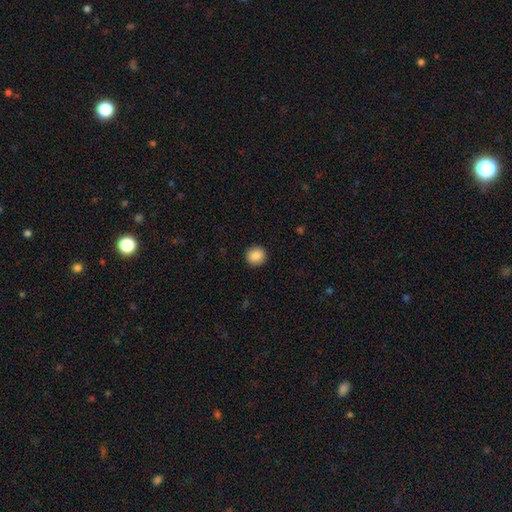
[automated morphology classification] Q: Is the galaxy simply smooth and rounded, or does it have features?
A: smooth — 88%.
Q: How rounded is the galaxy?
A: round — 93%.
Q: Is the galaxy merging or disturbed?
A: none — 93%.